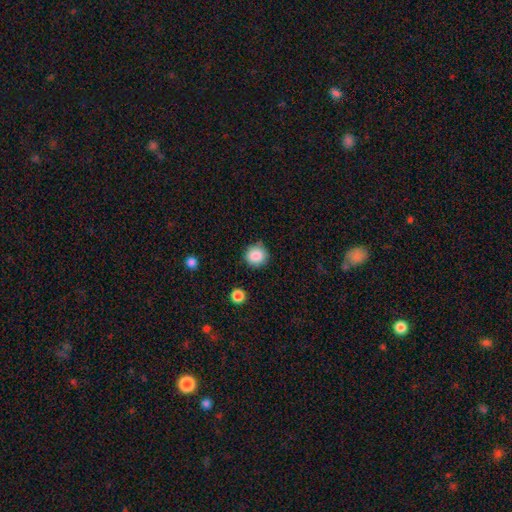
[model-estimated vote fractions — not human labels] Smooth or featured? Predicted: smooth (p=0.87). How rounded? Predicted: round (p=0.93). Merging? Predicted: none (p=0.85).